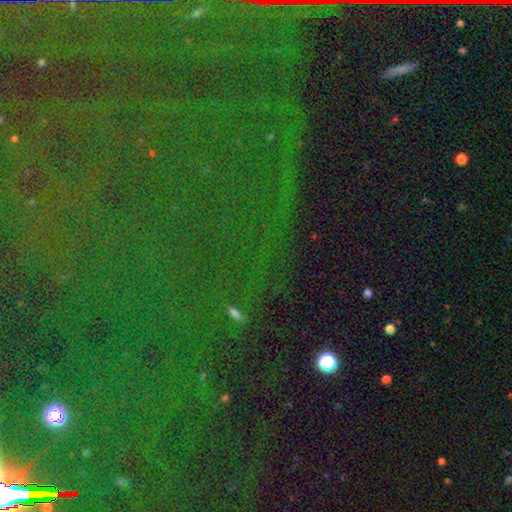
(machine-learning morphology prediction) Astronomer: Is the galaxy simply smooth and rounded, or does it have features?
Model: star or artifact — 83%.